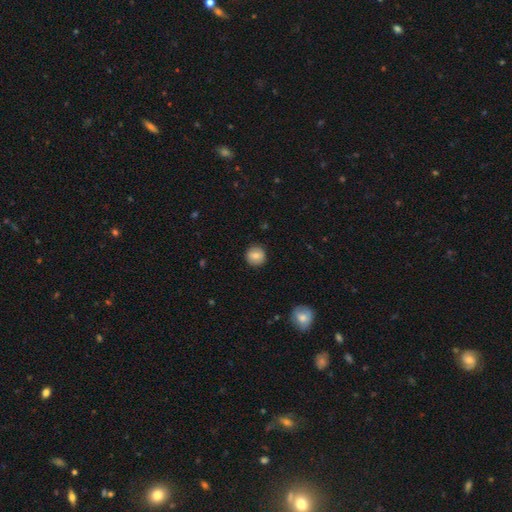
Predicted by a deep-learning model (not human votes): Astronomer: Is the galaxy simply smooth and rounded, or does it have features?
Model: smooth — 81%.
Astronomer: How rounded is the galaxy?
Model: round — 92%.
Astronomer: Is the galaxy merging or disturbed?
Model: none — 90%.